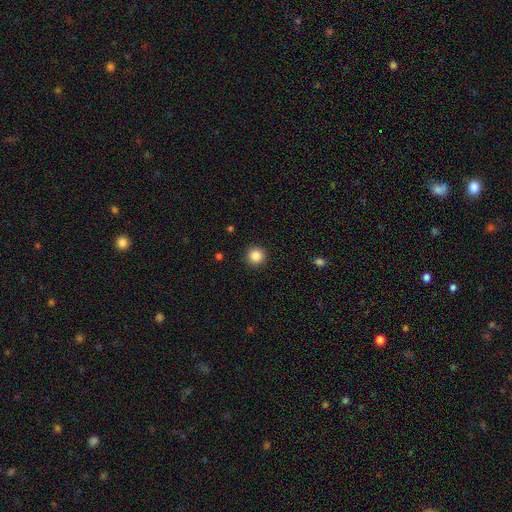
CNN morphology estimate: Smooth or featured? smooth (87%)
How rounded? round (96%)
Merging? none (93%)